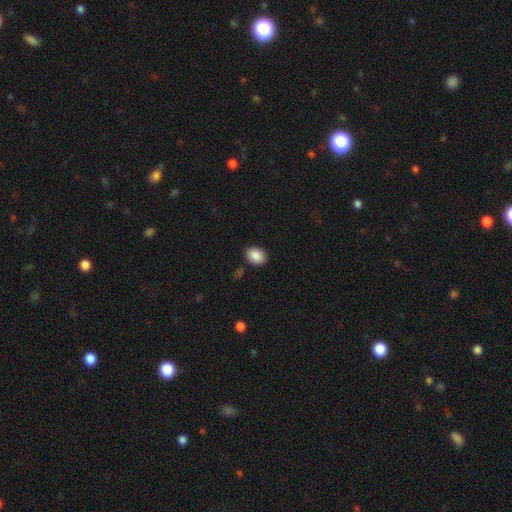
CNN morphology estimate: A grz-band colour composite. It shows a smooth galaxy with no disk features (89%) that is in between round and cigar-shaped (66%). Merging: none (87%).